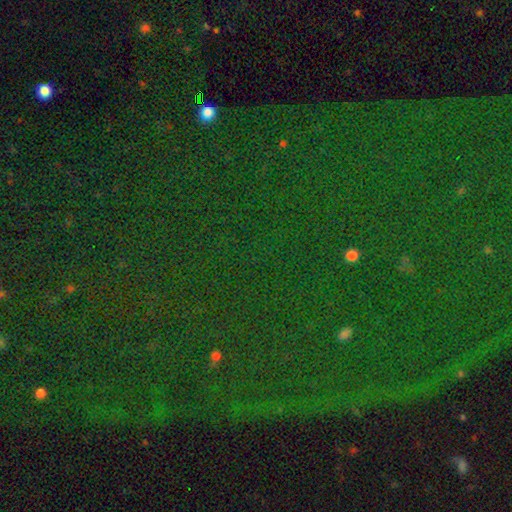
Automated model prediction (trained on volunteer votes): Smooth or featured? star or artifact (82%)